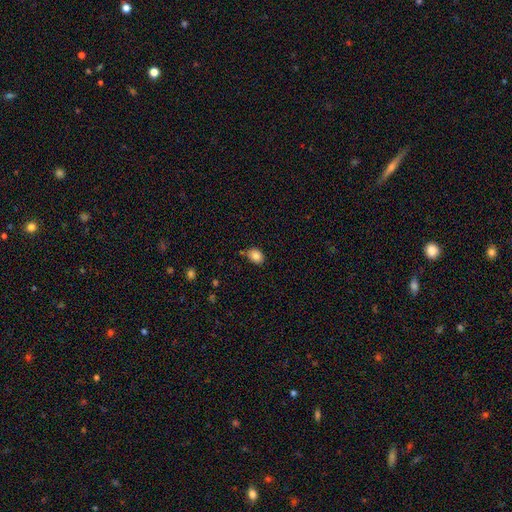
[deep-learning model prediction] This is clearly a smooth galaxy (85%). How rounded: likely in between (65%). Merging: likely none (71%).